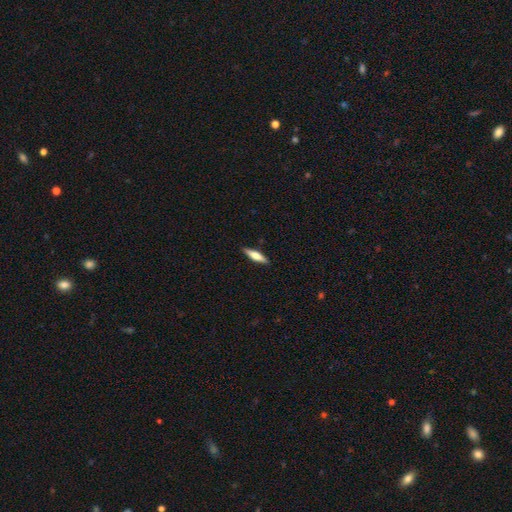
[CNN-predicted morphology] Overall: smooth (57%; featured or disk 37%). How rounded: cigar-shaped (74%). Merging: none (89%).